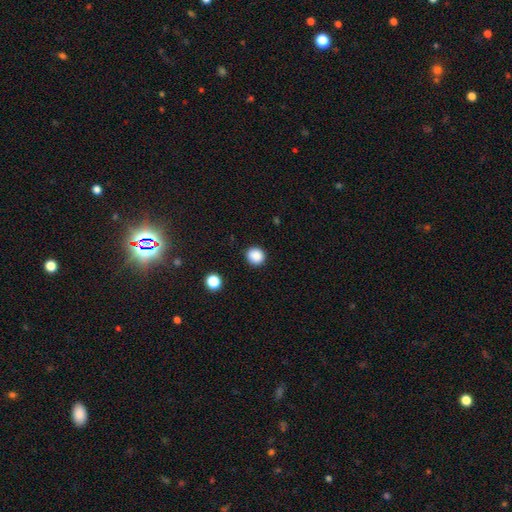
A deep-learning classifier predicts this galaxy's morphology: type=smooth (87%); roundness=round (89%); merging=none (89%).